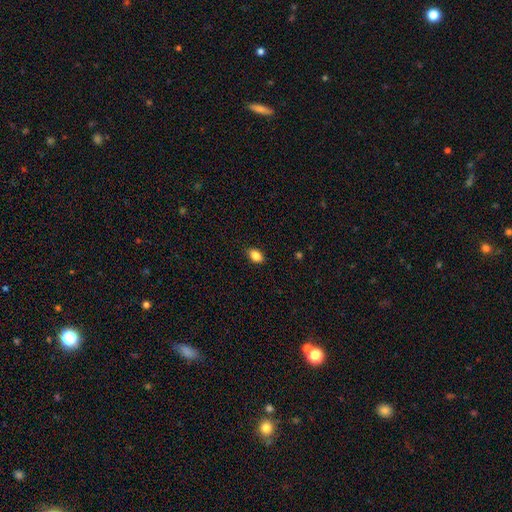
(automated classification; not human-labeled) Morphology: type=smooth (86%); roundness=in between (84%); merging=none (88%).